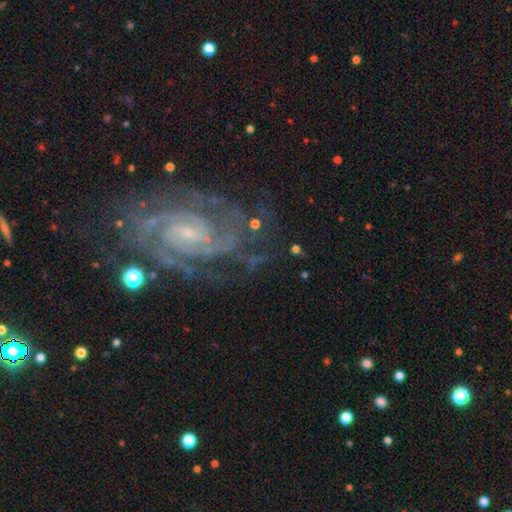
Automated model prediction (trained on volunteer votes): Overall: featured or disk (90%). Edge-on disk: no (97%). Bar: weak (45%; no 40%). Spiral arms: yes (98%). Spiral arm count: 2 (52%; 3 17%). Spiral winding: tight (65%; medium 31%). Bulge size: small (75%). Merging: none (71%).